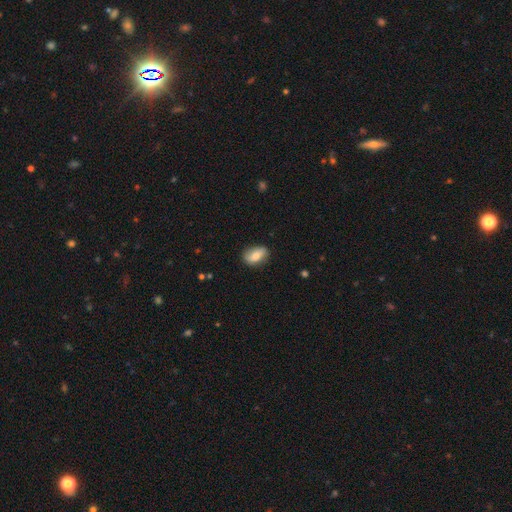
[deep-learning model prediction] smooth-or-featured: smooth: 70% | featured or disk: 23% | star or artifact: 7%
  how-rounded: in between: 86% | round: 10% | cigar-shaped: 4%
  merging: none: 81% | minor disturbance: 15% | major disturbance: 3% | merger: 1%